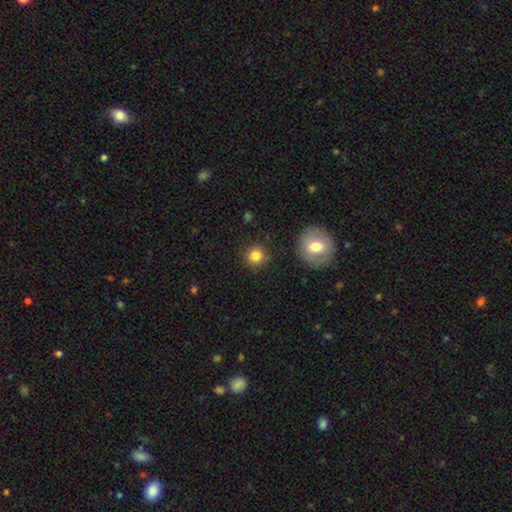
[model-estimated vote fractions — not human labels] The model was most divided on "smooth or featured": smooth: 83%, star or artifact: 11%, featured or disk: 6%. More confident: how rounded — round (93%); merging — none (89%).